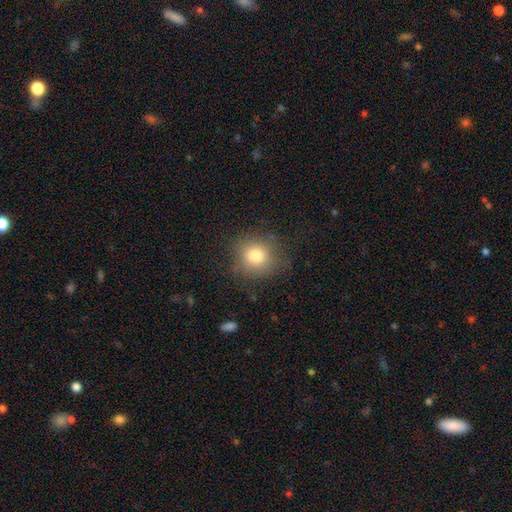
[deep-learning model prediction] smooth 80%, star or artifact 11%, featured or disk 9%. Down the decision tree: how rounded — round (84%); merging — none (79%).